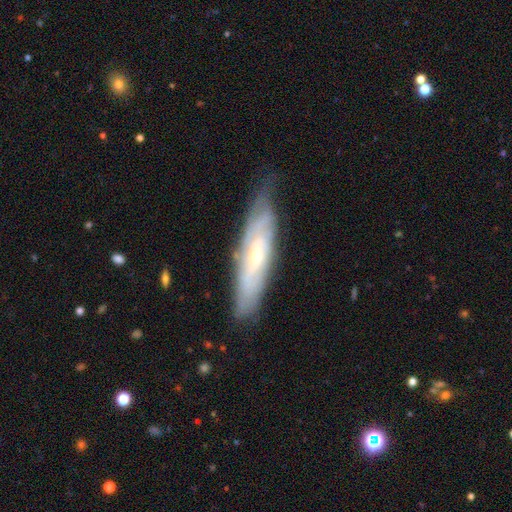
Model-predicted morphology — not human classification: This is likely a featured or disk galaxy (69%). It is likely not viewed edge-on (65%). Merging: likely none (70%).